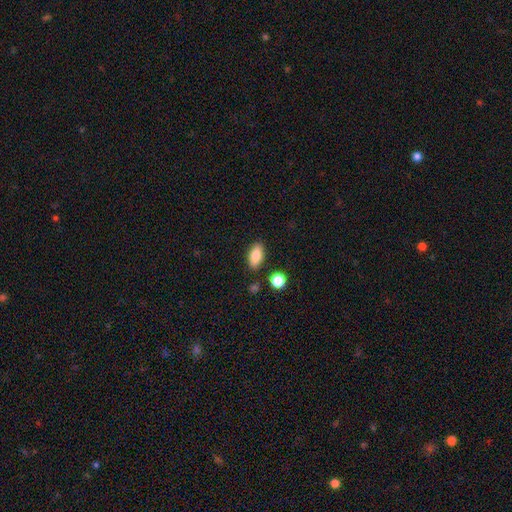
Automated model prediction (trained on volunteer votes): smooth 84%, star or artifact 8%, featured or disk 8%. Down the decision tree: how rounded — in between (88%); merging — none (84%).